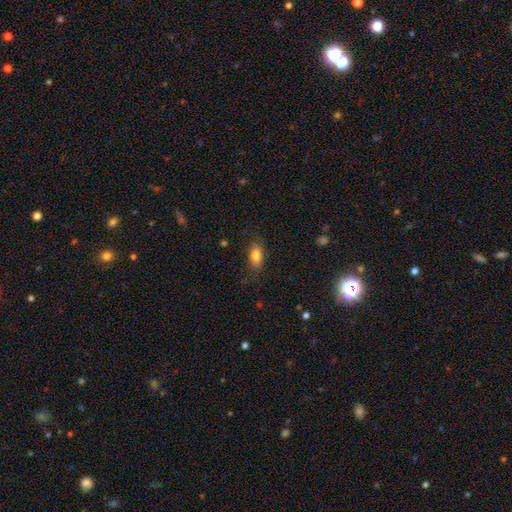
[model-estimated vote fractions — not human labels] Smooth or featured? smooth (82%)
How rounded? in between (86%)
Merging? none (81%)